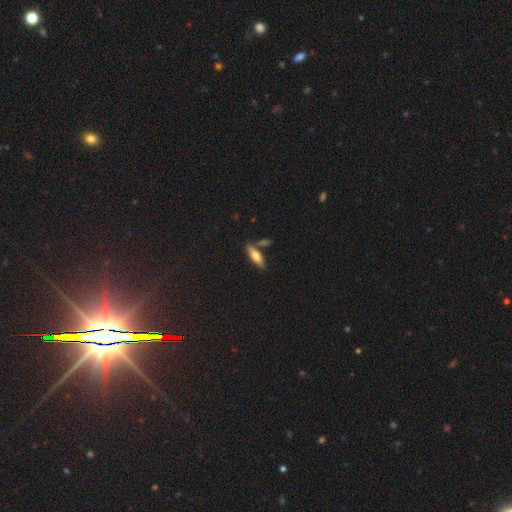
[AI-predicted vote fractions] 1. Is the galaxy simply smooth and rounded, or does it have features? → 59% smooth, 34% featured or disk, 7% star or artifact.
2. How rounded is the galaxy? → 55% cigar-shaped, 42% in between, 2% round.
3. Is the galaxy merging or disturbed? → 76% none, 11% minor disturbance, 10% merger, 3% major disturbance.